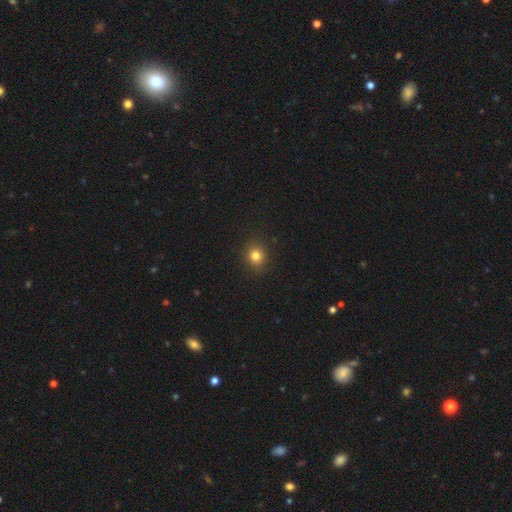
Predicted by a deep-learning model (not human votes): smooth 81%, star or artifact 13%, featured or disk 6%. Down the decision tree: how rounded — round (80%); merging — none (89%).